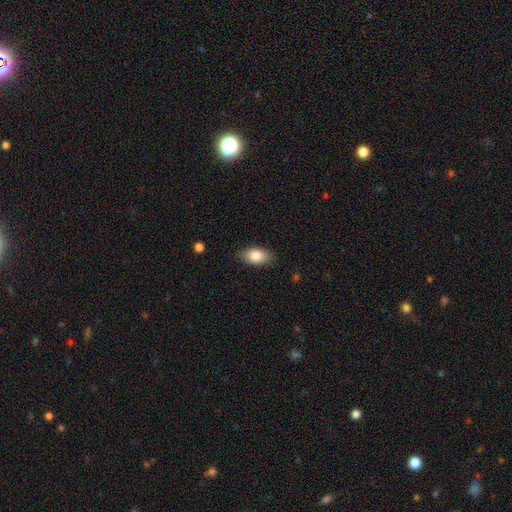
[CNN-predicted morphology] The model was most divided on "merging": none: 84%, minor disturbance: 13%, major disturbance: 3%, merger: 1%. More confident: how rounded — in between (89%); smooth or featured — smooth (82%).